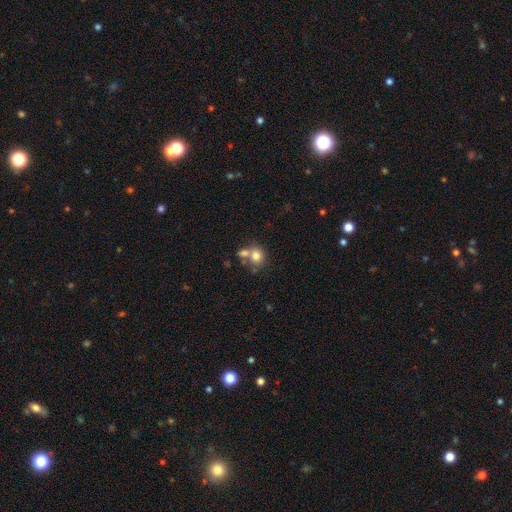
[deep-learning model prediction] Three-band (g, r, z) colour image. It shows a smooth galaxy with no disk features (76%) that is round (68%). Merging: merger (44%).